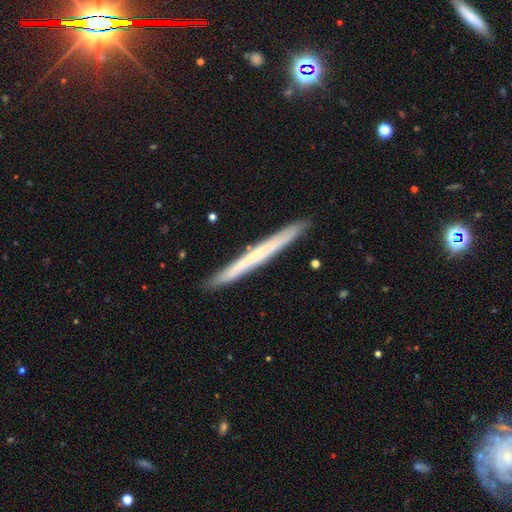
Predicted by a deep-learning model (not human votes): This is possibly a featured or disk galaxy (48%). Merging: clearly none (91%).